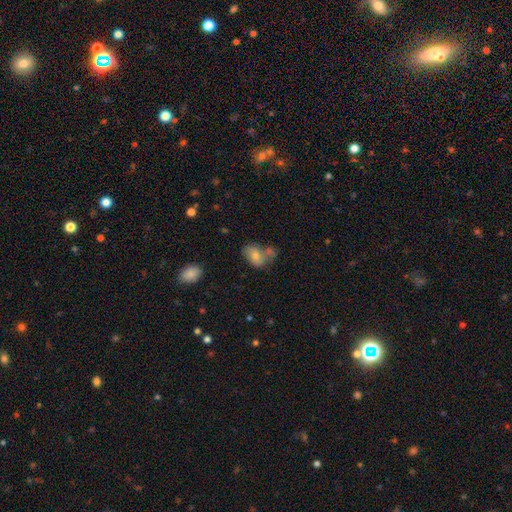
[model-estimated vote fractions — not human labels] This appears to be a smooth galaxy with no disk features (71%) that is in between round and cigar-shaped (81%). Merging: none (37%).